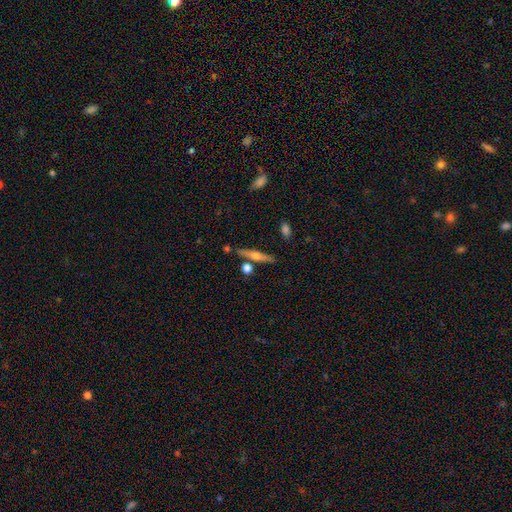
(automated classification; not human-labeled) Overall: featured or disk (58%; smooth 35%). Edge-on disk: yes (96%). Edge-on bulge: rounded (90%). Merging: none (79%).